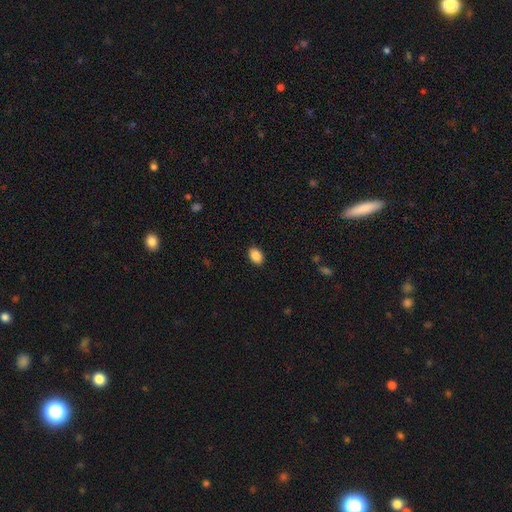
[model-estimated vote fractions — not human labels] Overall: smooth (88%). How rounded: in between (82%). Merging: none (89%).